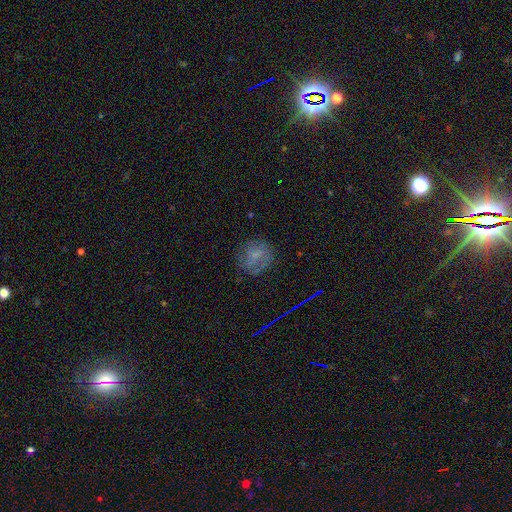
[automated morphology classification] Smooth or featured?
  - smooth: 45% *
  - featured or disk: 39%
  - star or artifact: 17%
Merging?
  - none: 67% *
  - minor disturbance: 19%
  - major disturbance: 12%
  - merger: 2%